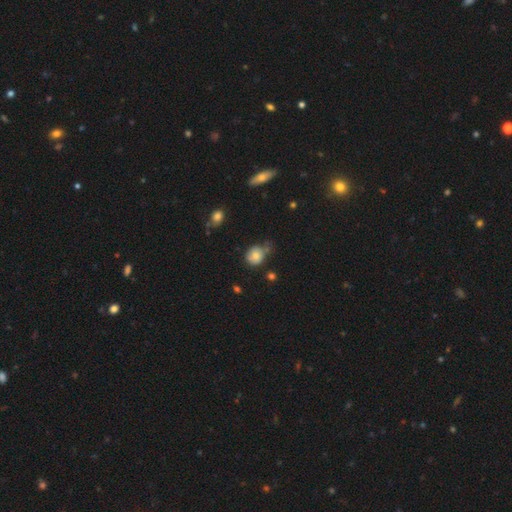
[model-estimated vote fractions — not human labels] This appears to be a smooth galaxy with no disk features (72%) that is round (73%). Merging: none (52%).